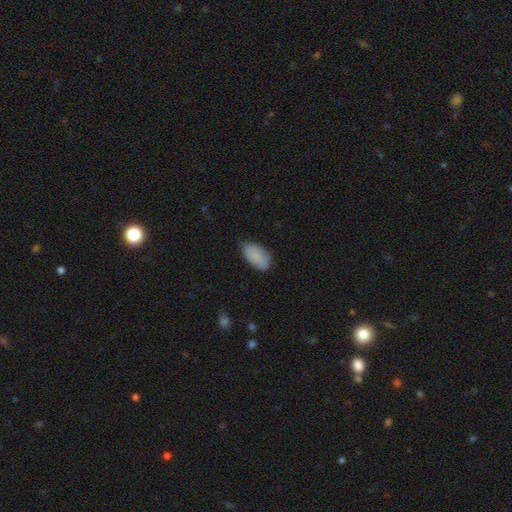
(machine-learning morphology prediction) The model was most divided on "merging": none: 74%, minor disturbance: 21%, major disturbance: 4%, merger: 1%. More confident: how rounded — in between (95%); smooth or featured — smooth (86%).